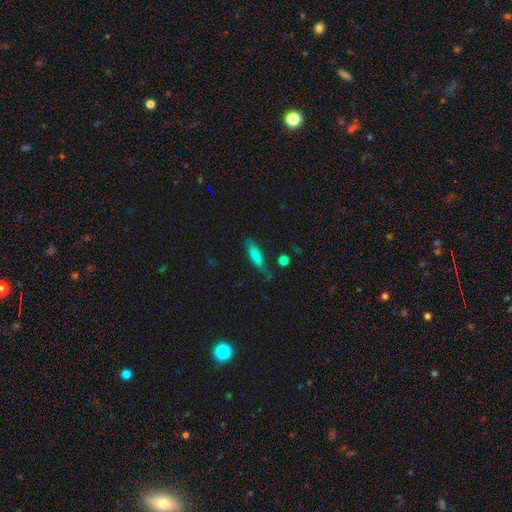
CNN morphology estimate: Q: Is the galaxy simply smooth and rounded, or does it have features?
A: smooth — 73%.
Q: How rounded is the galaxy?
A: cigar-shaped — 62%.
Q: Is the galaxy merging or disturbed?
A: none — 65%.